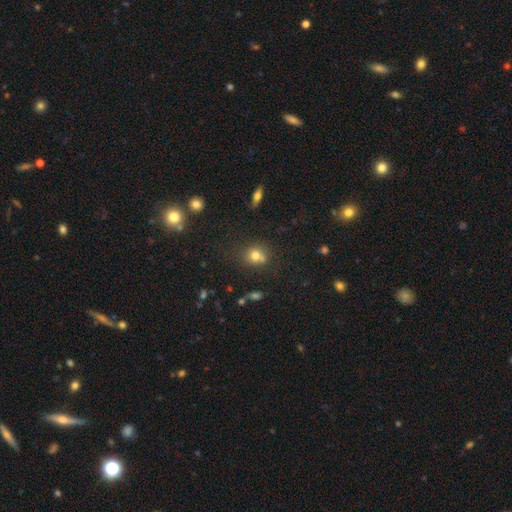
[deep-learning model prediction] This appears to be a smooth galaxy with no disk features (73%) that is round (75%). Merging: none (58%).